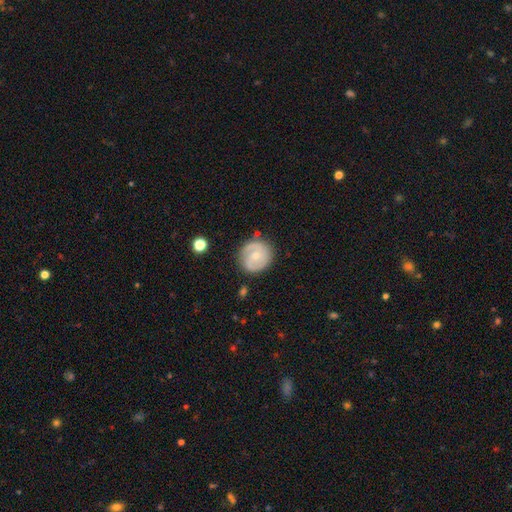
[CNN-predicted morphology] The model was most divided on "spiral winding": tight: 45%, medium: 40%, loose: 15%. More confident: edge-on disk — no (98%); spiral arms — yes (88%); merging — none (78%); spiral arm count — 2 (71%); smooth or featured — featured or disk (67%); bar — no (63%); bulge size — small (59%).